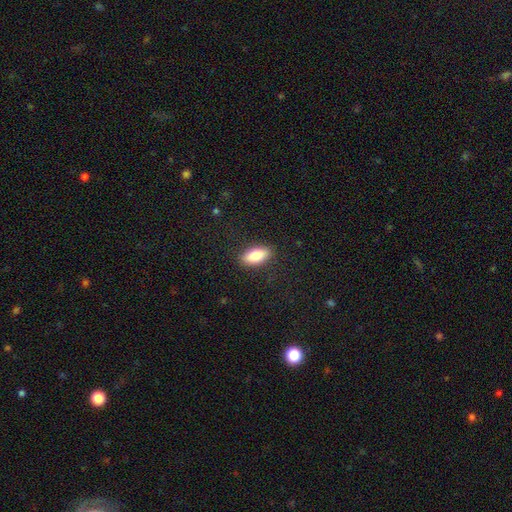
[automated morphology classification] A smooth galaxy with no disk features (82%) that is in between round and cigar-shaped (84%).

Vote fractions:
- Smooth or featured? smooth: 82% / featured or disk: 12% / star or artifact: 7%
- How rounded? in between: 84% / cigar-shaped: 13% / round: 3%
- Merging? none: 88% / minor disturbance: 9% / major disturbance: 2% / merger: 1%